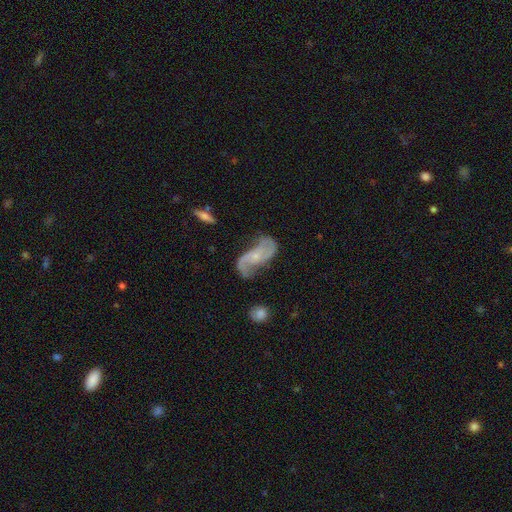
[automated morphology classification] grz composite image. It shows a featured or disk galaxy (83%) with no bar (61%), 2 (89%) loose (62%) spiral arms (94%) and a small central bulge (72%). Merging: none (58%).